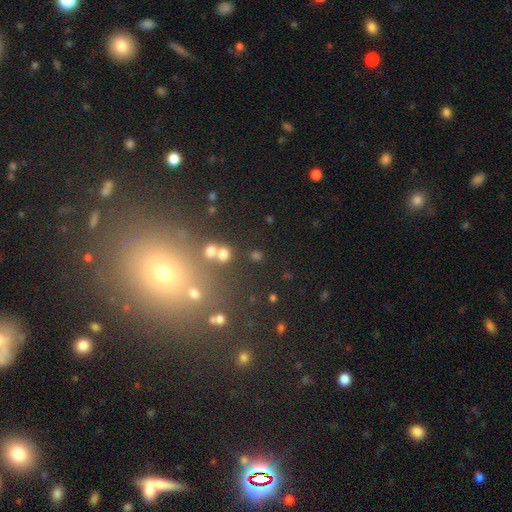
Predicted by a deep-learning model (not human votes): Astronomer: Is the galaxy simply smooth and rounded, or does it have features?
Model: smooth — 50% (runner-up: star or artifact, 39%).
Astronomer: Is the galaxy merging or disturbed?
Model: none — 79%.